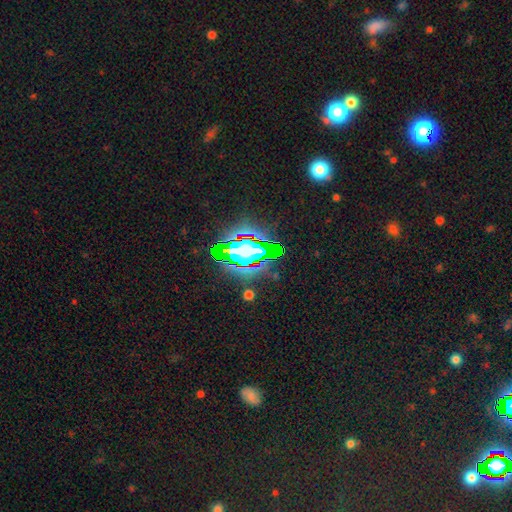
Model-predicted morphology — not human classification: This appears to be a star or artifact, not a galaxy (58%).